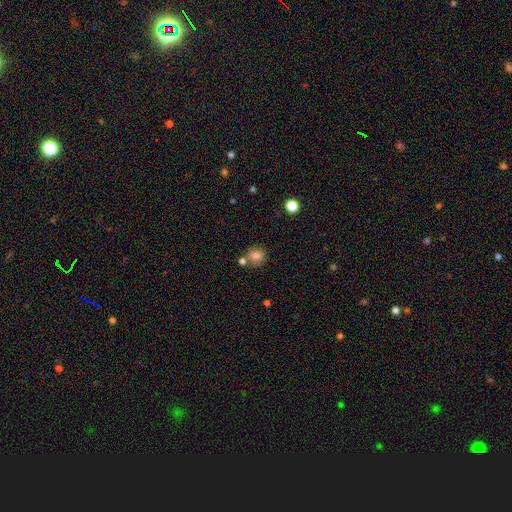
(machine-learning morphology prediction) This appears to be a smooth galaxy with no disk features (78%) that is round (76%). Merging: none (69%).